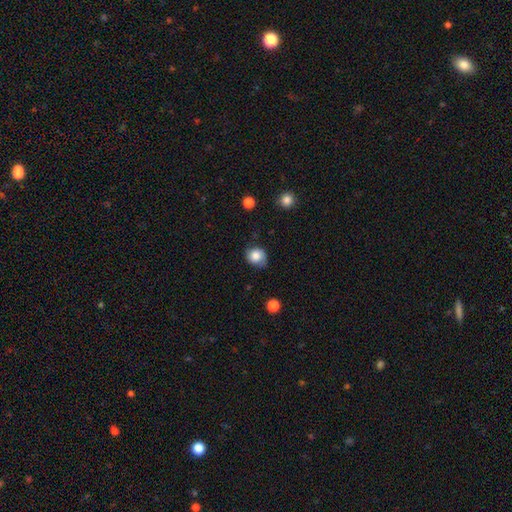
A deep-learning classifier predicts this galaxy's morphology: This is likely a smooth galaxy (75%). How rounded: likely round (74%). Merging: likely none (64%).